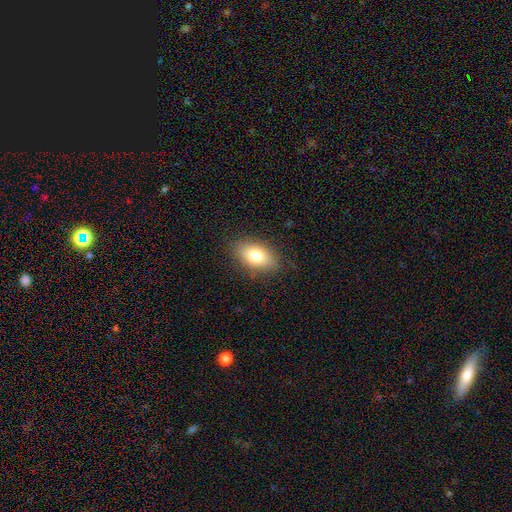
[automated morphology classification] A smooth galaxy with no disk features (77%) that is in between round and cigar-shaped (88%). Merging: none (84%).